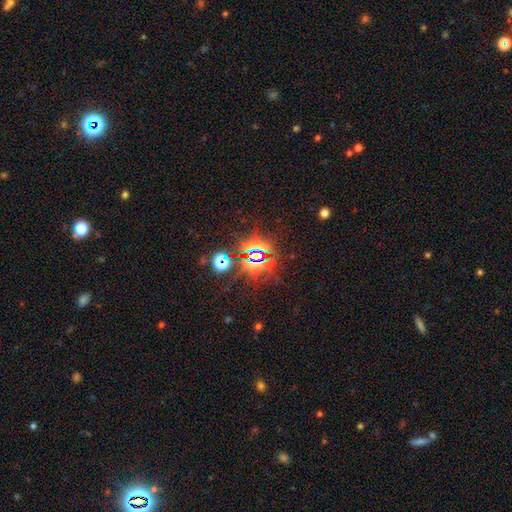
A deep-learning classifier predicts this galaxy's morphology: Smooth or featured? star or artifact (82%)